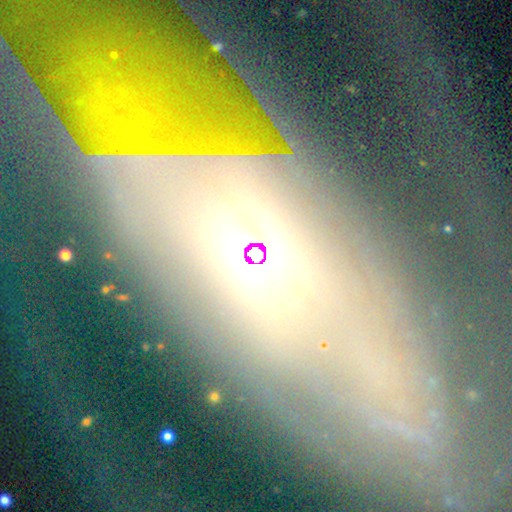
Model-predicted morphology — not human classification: smooth-or-featured: featured or disk: 47% | smooth: 27% | star or artifact: 26%
  merging: none: 67% | minor disturbance: 15% | major disturbance: 12% | merger: 6%